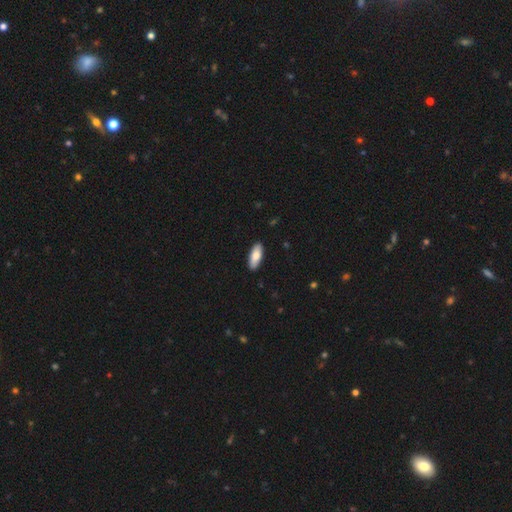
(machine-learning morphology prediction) This appears to be a smooth galaxy with no disk features (81%) that is in between round and cigar-shaped (75%). Merging: none (90%).